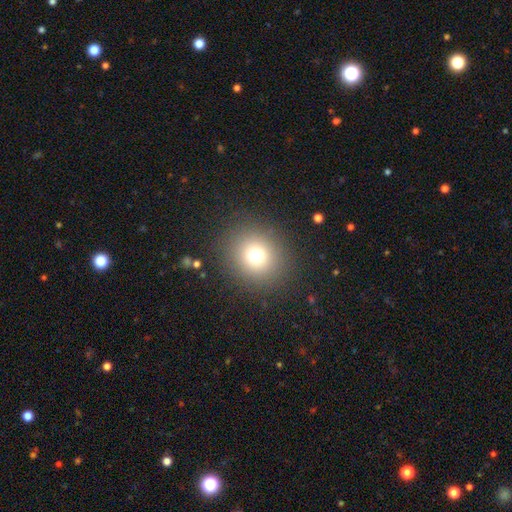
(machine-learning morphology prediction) smooth_or_featured: smooth (p=0.72) [alt: star or artifact p=0.18]
how_rounded: round (p=0.89) [alt: in between p=0.10]
merging: none (p=0.88) [alt: minor disturbance p=0.06]